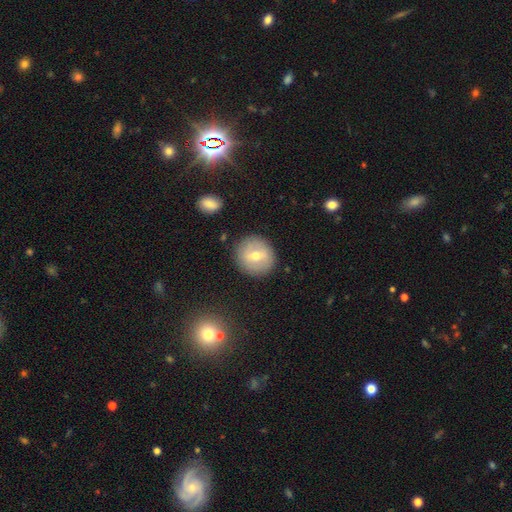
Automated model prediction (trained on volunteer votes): This is possibly a smooth galaxy (54%). How rounded: clearly round (90%). Merging: clearly none (87%).